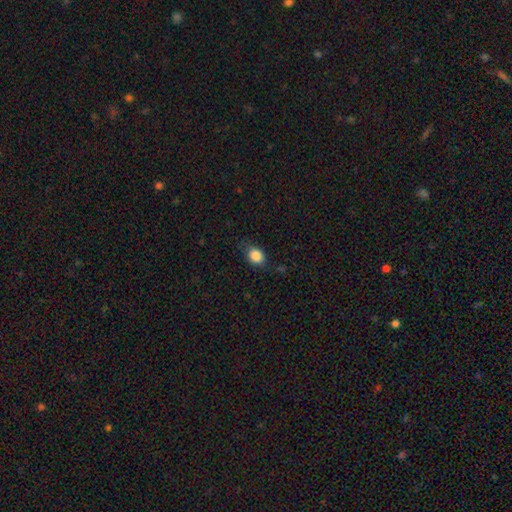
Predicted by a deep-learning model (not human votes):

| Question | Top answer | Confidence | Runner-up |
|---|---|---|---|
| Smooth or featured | smooth | 85% | star or artifact (9%) |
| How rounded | in between | 55% | round (43%) |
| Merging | none | 74% | minor disturbance (20%) |